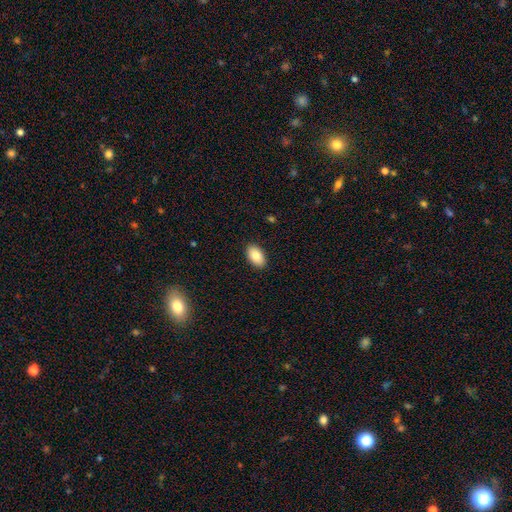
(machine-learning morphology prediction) smooth-or-featured: smooth: 83% | featured or disk: 10% | star or artifact: 7%
  how-rounded: in between: 93% | round: 5% | cigar-shaped: 1%
  merging: none: 90% | minor disturbance: 8% | major disturbance: 2% | merger: 1%